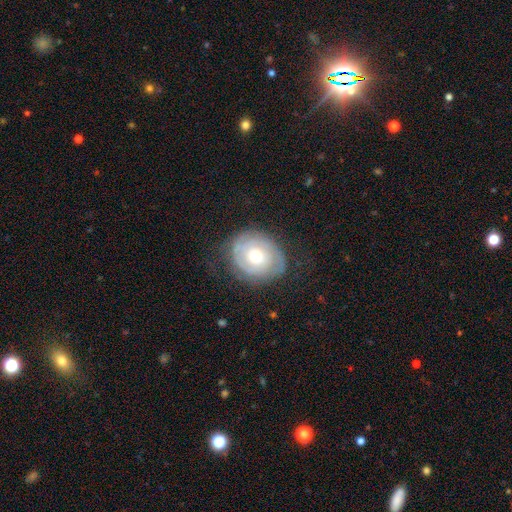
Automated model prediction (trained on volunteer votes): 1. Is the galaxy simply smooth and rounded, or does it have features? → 63% featured or disk, 31% smooth, 7% star or artifact.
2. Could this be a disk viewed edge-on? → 96% no, 4% yes.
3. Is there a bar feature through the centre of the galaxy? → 82% no, 15% weak, 3% strong.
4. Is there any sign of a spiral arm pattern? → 73% yes, 27% no.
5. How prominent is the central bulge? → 62% moderate, 31% small, 5% large, 1% dominant, 1% none.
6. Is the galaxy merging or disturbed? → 72% none, 19% minor disturbance, 8% major disturbance, 1% merger.